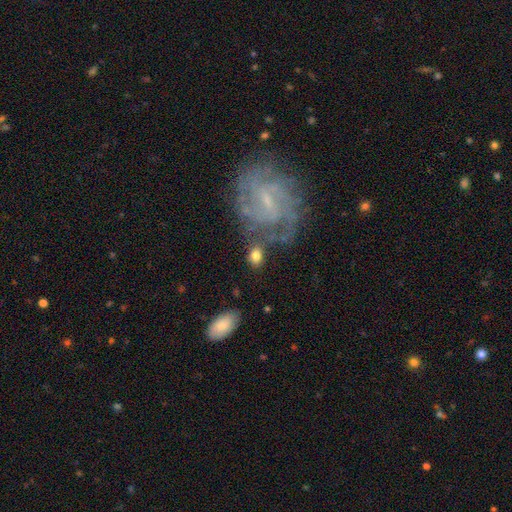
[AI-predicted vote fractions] A smooth galaxy with no disk features (66%) that is in between round and cigar-shaped (64%).

Vote fractions:
- Smooth or featured? smooth: 66% / featured or disk: 26% / star or artifact: 8%
- How rounded? in between: 64% / round: 34% / cigar-shaped: 2%
- Merging? none: 61% / minor disturbance: 17% / merger: 12% / major disturbance: 10%